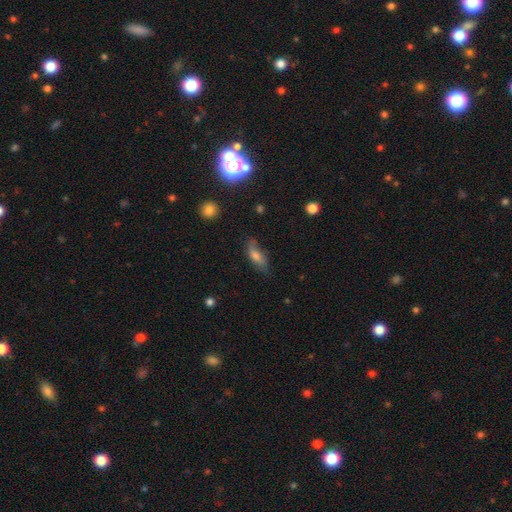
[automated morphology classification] smooth 64%, featured or disk 27%, star or artifact 9%. Down the decision tree: how rounded — in between (74%); merging — none (63%).